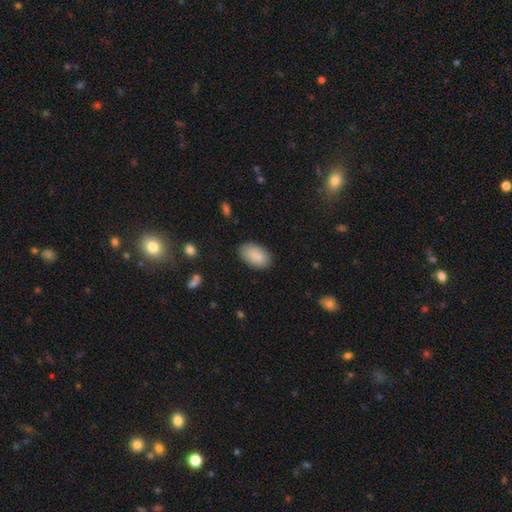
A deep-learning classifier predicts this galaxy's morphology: smooth 89%, star or artifact 7%, featured or disk 5%. Down the decision tree: how rounded — in between (93%); merging — none (83%).